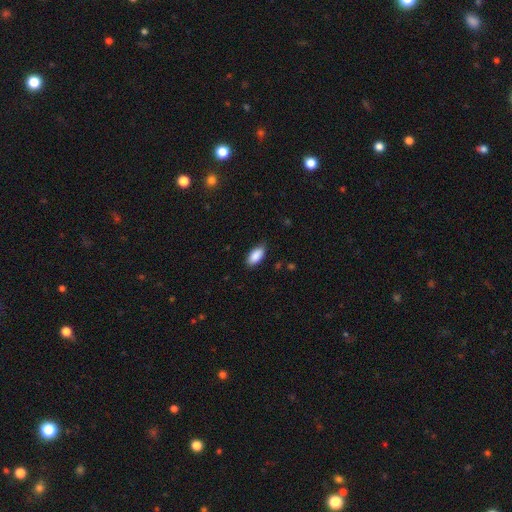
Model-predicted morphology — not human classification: Smooth or featured? Predicted: smooth (p=0.89). How rounded? Predicted: in between (p=0.92). Merging? Predicted: none (p=0.84).